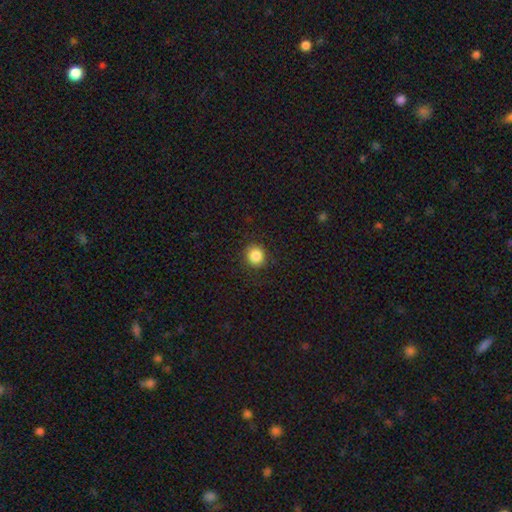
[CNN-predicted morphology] Smooth or featured? Predicted: smooth (p=0.86). How rounded? Predicted: round (p=0.89). Merging? Predicted: none (p=0.88).